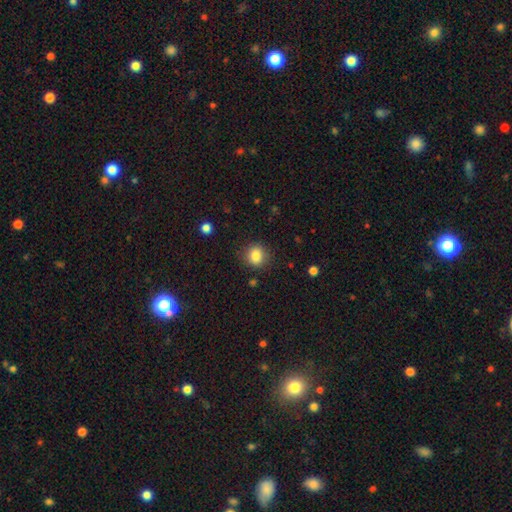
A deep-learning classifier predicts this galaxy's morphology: This is clearly a smooth galaxy (83%). How rounded: clearly round (84%). Merging: clearly none (86%).